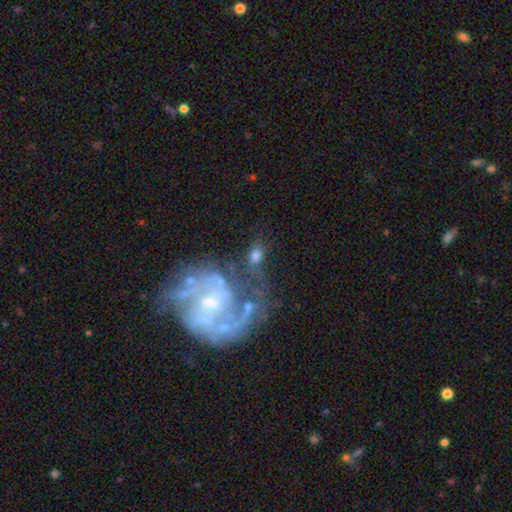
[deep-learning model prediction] A smooth galaxy with no disk features (44%).

Vote fractions:
- Smooth or featured? smooth: 44% / featured or disk: 42% / star or artifact: 14%
- Merging? none: 49% / minor disturbance: 20% / major disturbance: 17% / merger: 15%